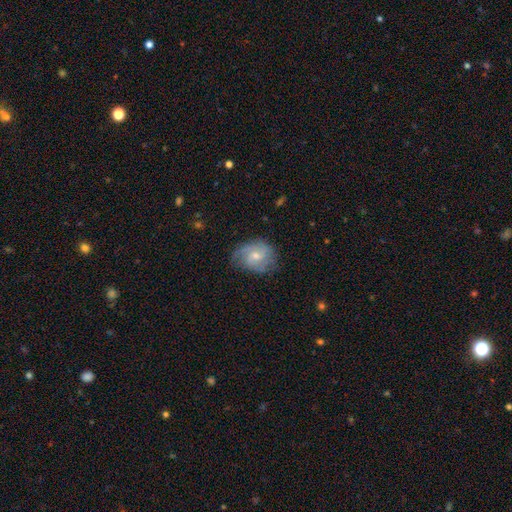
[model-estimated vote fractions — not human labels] Smooth or featured: featured or disk — 58% (smooth — 34%)
Edge-on disk: no — 97% (yes — 3%)
Bar: no — 59% (weak — 37%)
Spiral arms: yes — 86% (no — 14%)
Bulge size: small — 50% (moderate — 45%)
Merging: none — 62% (minor disturbance — 26%)